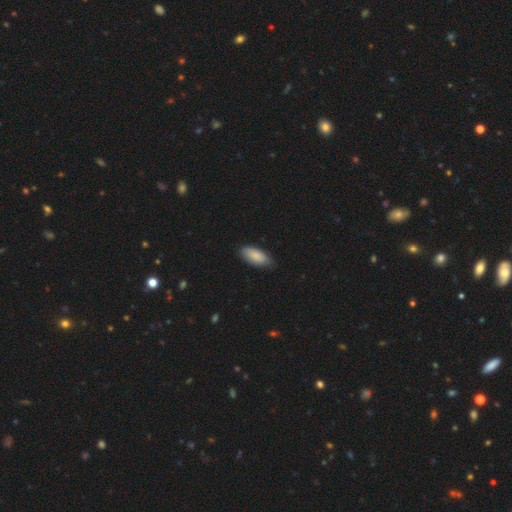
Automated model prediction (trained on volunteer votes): smooth-or-featured: smooth: 87% | featured or disk: 8% | star or artifact: 5%
  how-rounded: in between: 88% | cigar-shaped: 10% | round: 2%
  merging: none: 79% | minor disturbance: 17% | major disturbance: 2% | merger: 1%